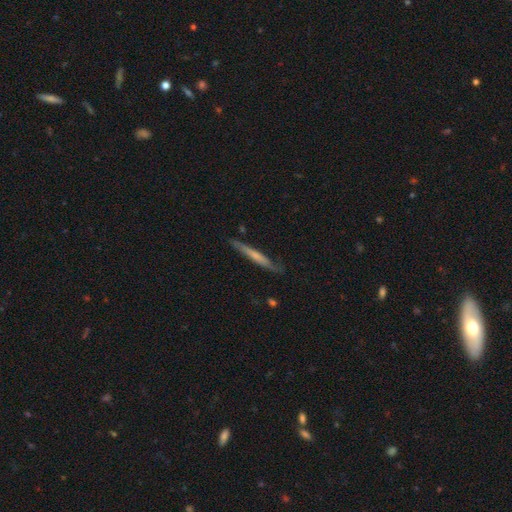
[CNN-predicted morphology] Smooth or featured? featured or disk (47%, tied with smooth)
Merging? none (76%)